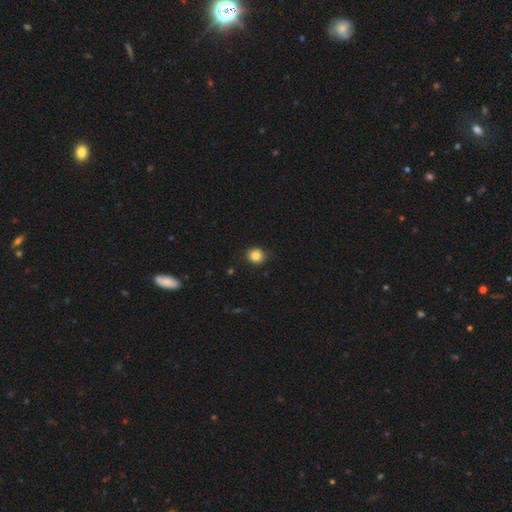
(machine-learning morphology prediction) This appears to be a smooth galaxy with no disk features (84%) that is round (86%). Merging: none (89%).